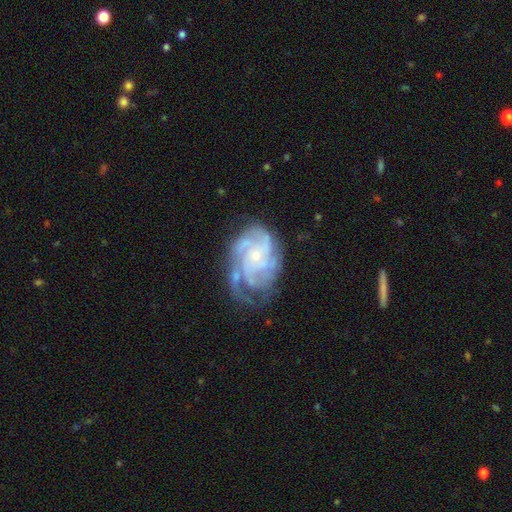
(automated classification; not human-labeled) This appears to be a featured or disk galaxy (86%) with no bar (74%), 4 (28%) tight (58%) spiral arms (96%) and a small central bulge (75%). Merging: none (58%).